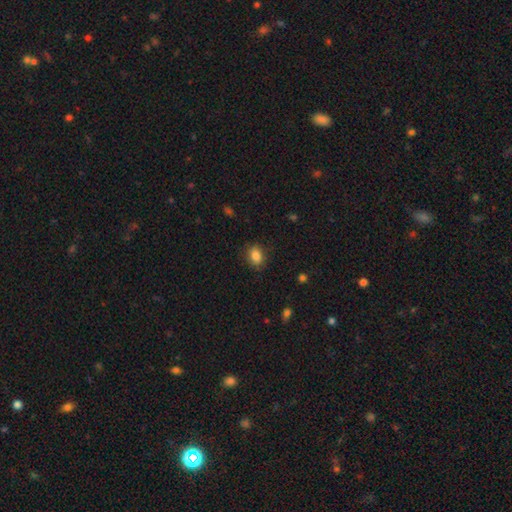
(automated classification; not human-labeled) Morphology: type=smooth (84%); roundness=in between (63%); merging=none (84%).